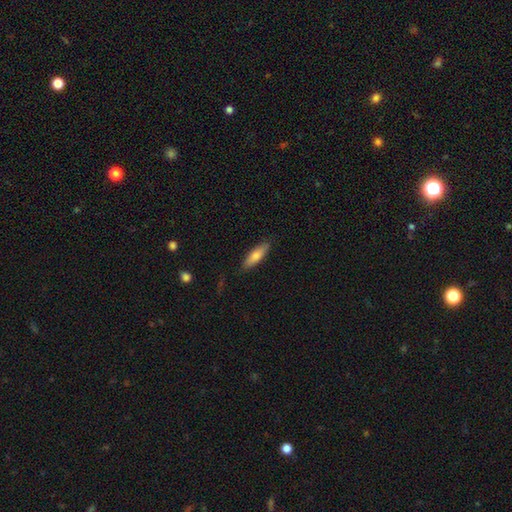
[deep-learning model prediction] The model was most divided on "how rounded": cigar-shaped: 50%, in between: 48%, round: 2%. More confident: merging — none (85%); smooth or featured — smooth (74%).